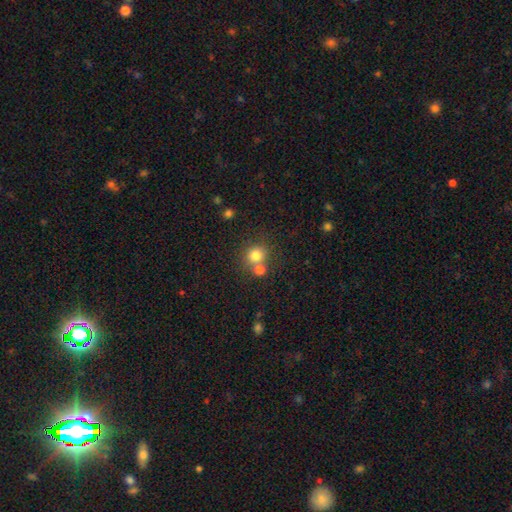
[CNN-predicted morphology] Smooth or featured: smooth — 79% (star or artifact — 13%)
How rounded: round — 87% (in between — 12%)
Merging: none — 60% (merger — 29%)